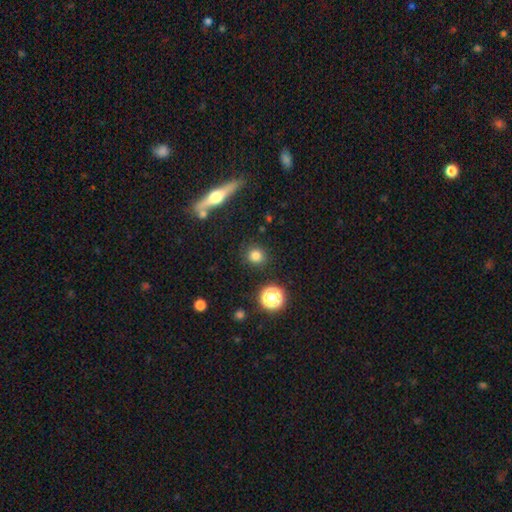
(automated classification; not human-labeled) Smooth or featured?
  - smooth: 79% *
  - star or artifact: 14%
  - featured or disk: 6%
How rounded?
  - round: 89% *
  - in between: 10%
  - cigar-shaped: 1%
Merging?
  - none: 89% *
  - minor disturbance: 7%
  - major disturbance: 3%
  - merger: 2%